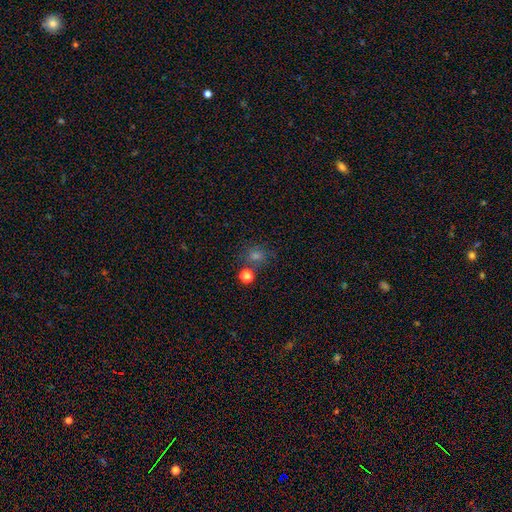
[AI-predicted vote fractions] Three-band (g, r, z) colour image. It shows a smooth galaxy with no disk features (57%) that is round (79%). Merging: none (74%).